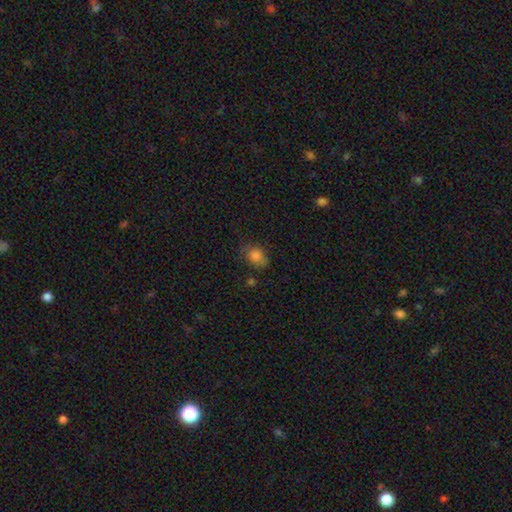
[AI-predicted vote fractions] Overall: smooth (80%). How rounded: in between (67%; round 31%). Merging: none (63%; minor disturbance 25%).